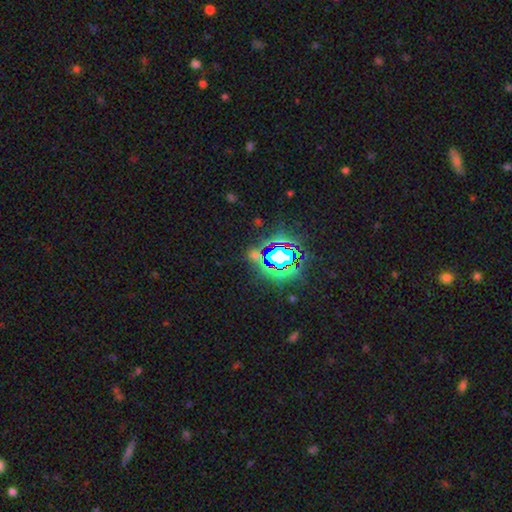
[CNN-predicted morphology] Smooth or featured?
  - star or artifact: 76% *
  - smooth: 15%
  - featured or disk: 9%